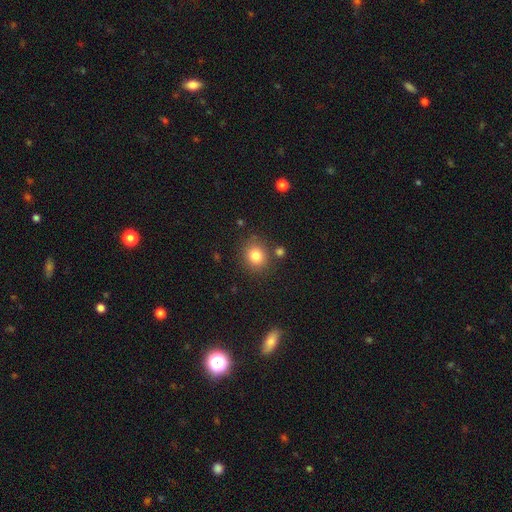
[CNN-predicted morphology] Q: Smooth or featured?
A: smooth (81%); runner-up: star or artifact (11%)
Q: How rounded?
A: round (78%); runner-up: in between (21%)
Q: Merging?
A: none (81%); runner-up: minor disturbance (10%)